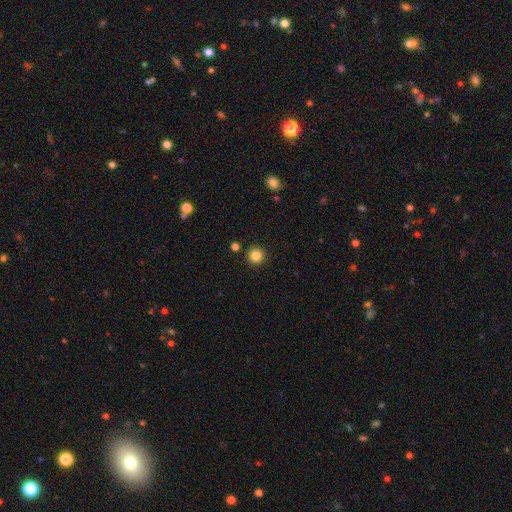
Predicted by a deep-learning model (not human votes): Smooth or featured: smooth — 85% (star or artifact — 11%)
How rounded: round — 96% (in between — 3%)
Merging: none — 91% (minor disturbance — 5%)